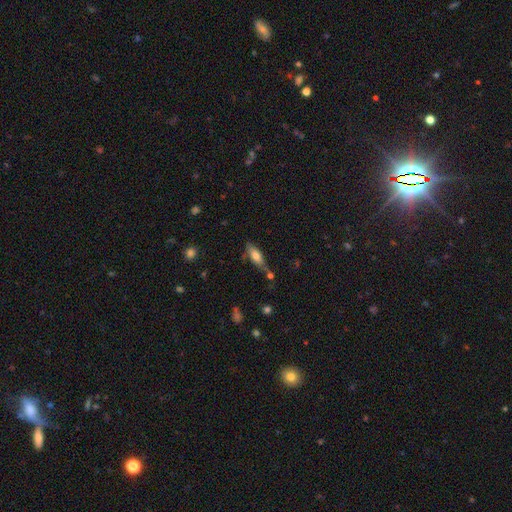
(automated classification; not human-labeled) Smooth or featured? Predicted: smooth (p=0.66). How rounded? Predicted: in between (p=0.63). Merging? Predicted: none (p=0.62).